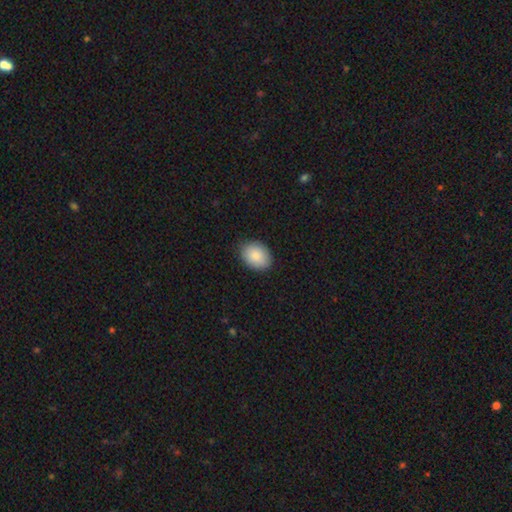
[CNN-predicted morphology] Smooth or featured: smooth — 87% (star or artifact — 7%)
How rounded: in between — 71% (round — 28%)
Merging: none — 87% (minor disturbance — 10%)